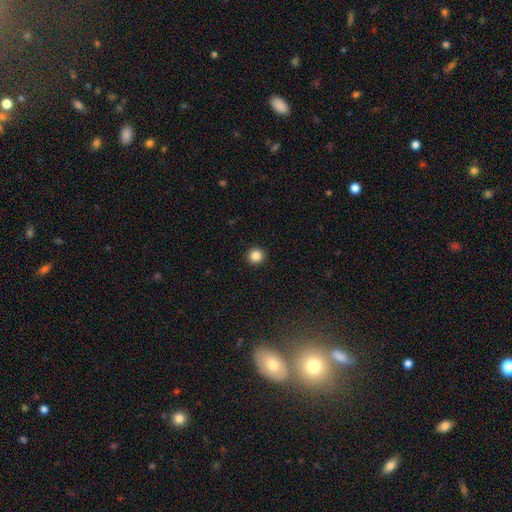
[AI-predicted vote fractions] smooth_or_featured: smooth (p=0.85) [alt: star or artifact p=0.11]
how_rounded: round (p=0.95) [alt: in between p=0.04]
merging: none (p=0.94) [alt: minor disturbance p=0.04]